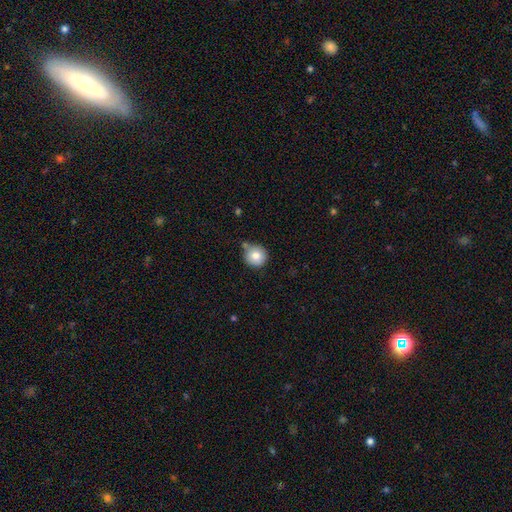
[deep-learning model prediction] This is likely a smooth galaxy (79%). How rounded: clearly round (94%). Merging: likely none (67%).